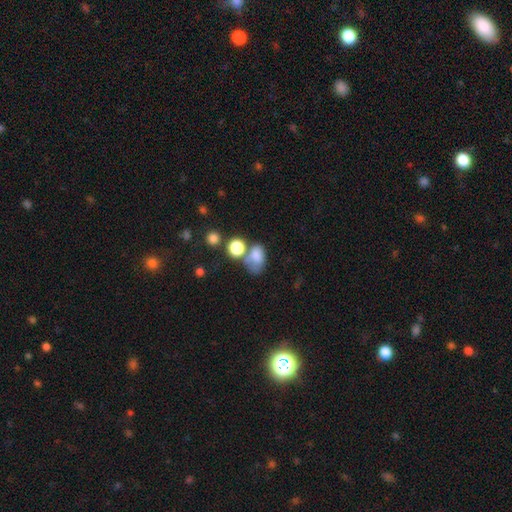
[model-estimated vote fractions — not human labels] smooth-or-featured: smooth: 74% | featured or disk: 14% | star or artifact: 12%
  how-rounded: in between: 79% | round: 19% | cigar-shaped: 1%
  merging: merger: 33% | none: 31% | minor disturbance: 19% | major disturbance: 16%